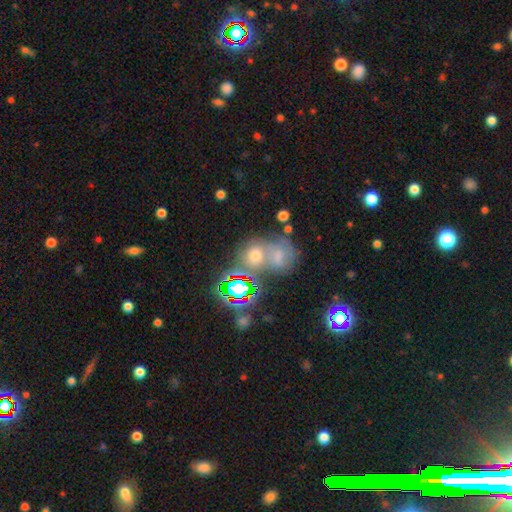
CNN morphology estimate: smooth-or-featured: smooth: 51% | star or artifact: 30% | featured or disk: 19%
  how-rounded: round: 64% | in between: 34% | cigar-shaped: 2%
  merging: merger: 55% | none: 29% | minor disturbance: 9% | major disturbance: 7%